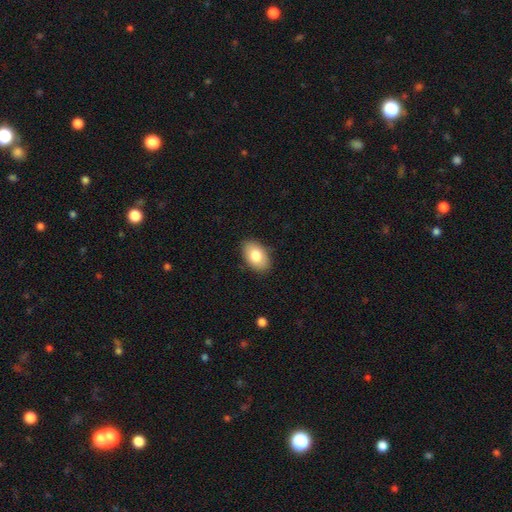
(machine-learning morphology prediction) Smooth or featured?
  - smooth: 80% *
  - featured or disk: 13%
  - star or artifact: 7%
How rounded?
  - in between: 91% *
  - round: 8%
  - cigar-shaped: 1%
Merging?
  - none: 86% *
  - minor disturbance: 11%
  - major disturbance: 2%
  - merger: 1%